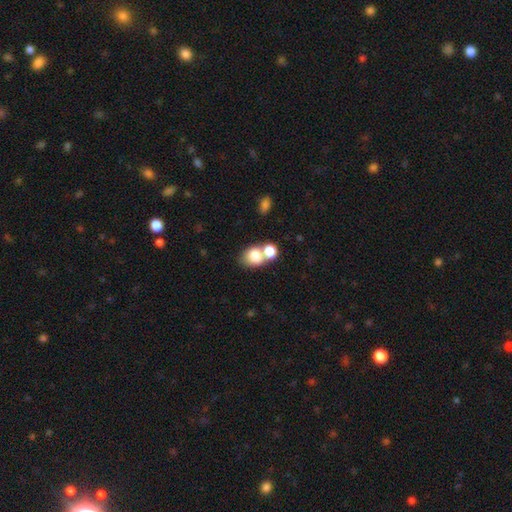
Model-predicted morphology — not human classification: Smooth or featured: smooth — 79% (featured or disk — 11%)
How rounded: in between — 50% (round — 49%)
Merging: merger — 51% (none — 35%)